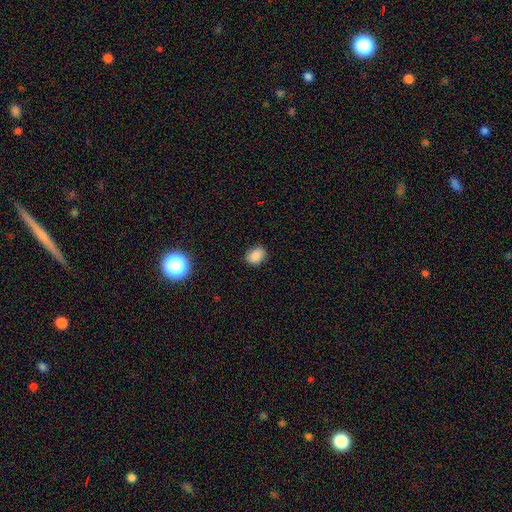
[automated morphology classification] Smooth or featured? smooth (85%)
How rounded? in between (56%)
Merging? none (83%)